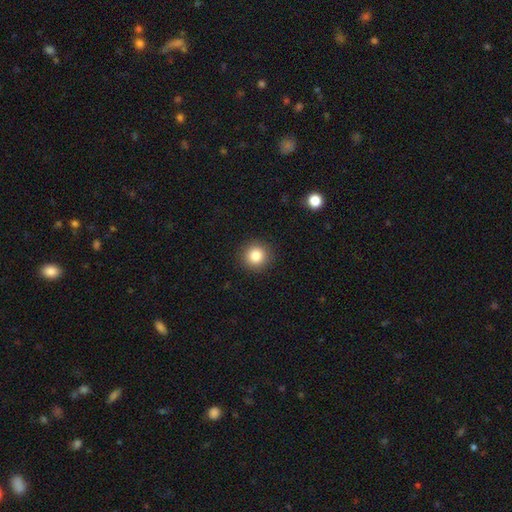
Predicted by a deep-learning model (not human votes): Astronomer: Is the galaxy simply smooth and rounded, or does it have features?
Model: smooth — 84%.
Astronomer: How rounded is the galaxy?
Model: round — 94%.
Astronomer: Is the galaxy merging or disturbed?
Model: none — 92%.